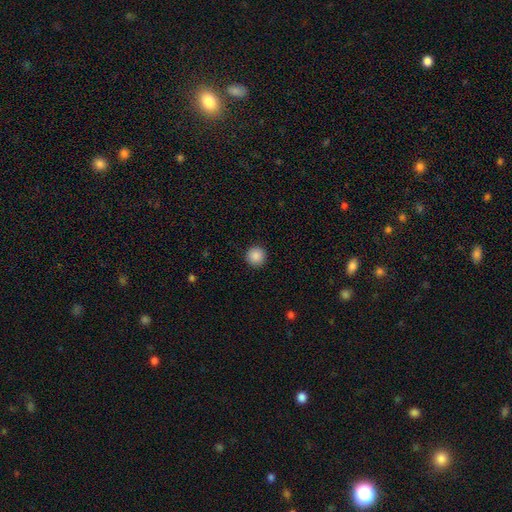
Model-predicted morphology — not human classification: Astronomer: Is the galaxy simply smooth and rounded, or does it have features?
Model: smooth — 88%.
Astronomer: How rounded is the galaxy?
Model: round — 96%.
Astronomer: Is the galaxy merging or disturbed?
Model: none — 92%.